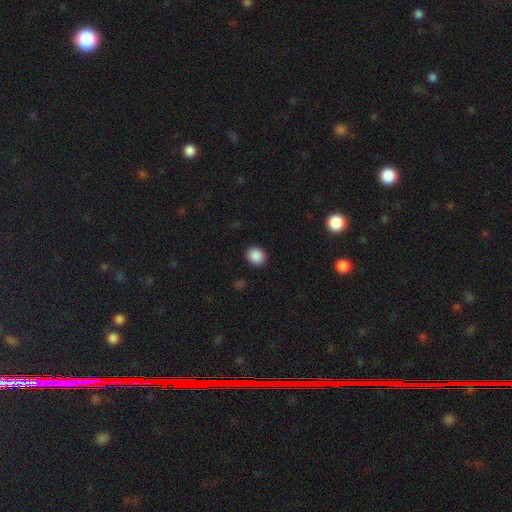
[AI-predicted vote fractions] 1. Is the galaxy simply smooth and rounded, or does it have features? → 89% smooth, 9% star or artifact, 3% featured or disk.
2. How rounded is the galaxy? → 71% round, 29% in between, 1% cigar-shaped.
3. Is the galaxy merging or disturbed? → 91% none, 6% minor disturbance, 2% major disturbance, 1% merger.